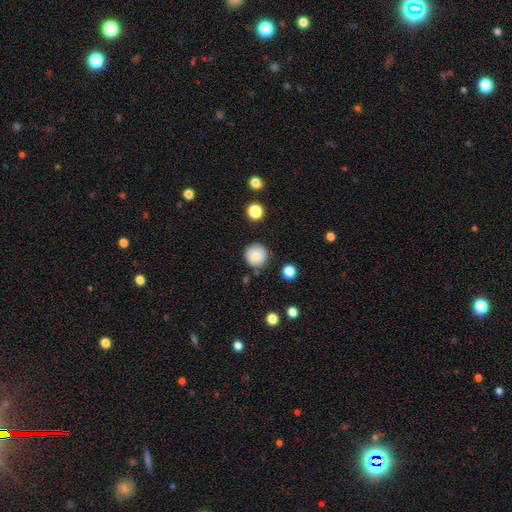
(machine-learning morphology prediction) A smooth galaxy with no disk features (80%) that is round (95%).

Vote fractions:
- Smooth or featured? smooth: 80% / featured or disk: 11% / star or artifact: 9%
- How rounded? round: 95% / in between: 4% / cigar-shaped: 1%
- Merging? none: 86% / minor disturbance: 9% / major disturbance: 2% / merger: 2%